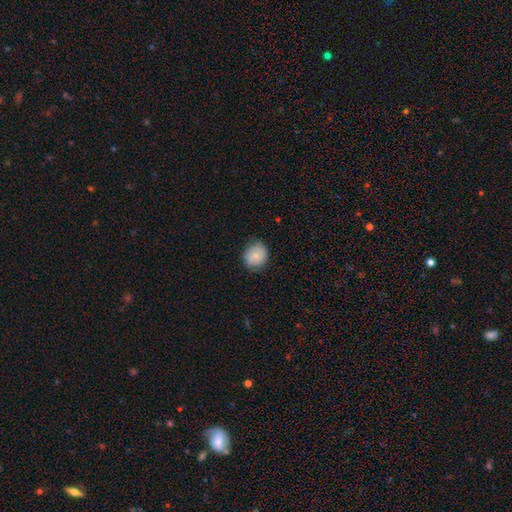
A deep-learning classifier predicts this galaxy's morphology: Smooth or featured? smooth (80%)
How rounded? round (77%)
Merging? none (79%)